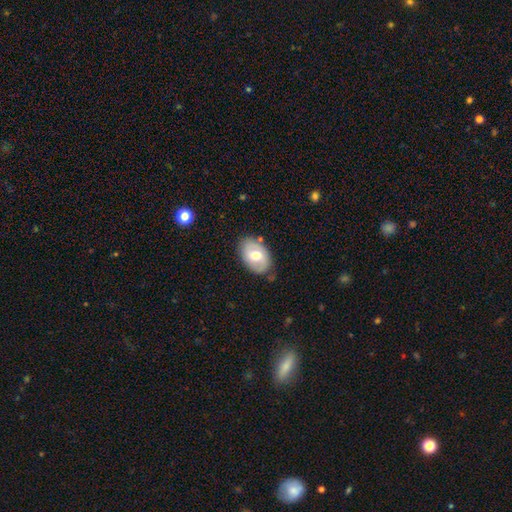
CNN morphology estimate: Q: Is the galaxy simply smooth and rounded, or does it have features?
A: smooth — 55%.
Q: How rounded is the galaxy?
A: in between — 87%.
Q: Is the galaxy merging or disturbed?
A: none — 78%.